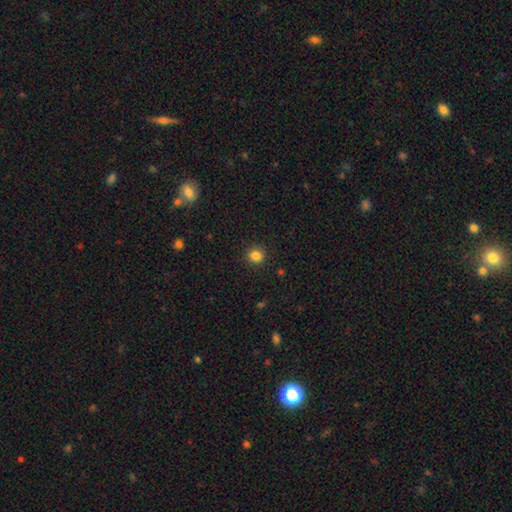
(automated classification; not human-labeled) smooth 84%, star or artifact 12%, featured or disk 4%. Down the decision tree: how rounded — round (89%); merging — none (92%).